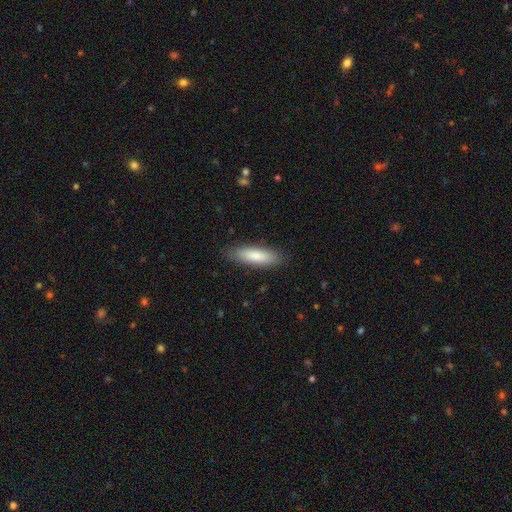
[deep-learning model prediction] Smooth or featured? Predicted: smooth (p=0.83). How rounded? Predicted: cigar-shaped (p=0.56). Merging? Predicted: none (p=0.86).